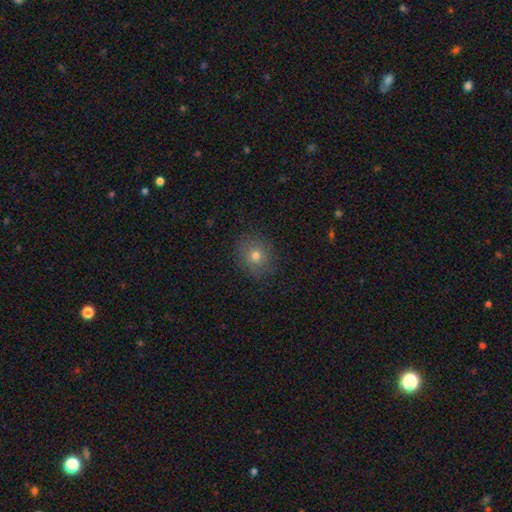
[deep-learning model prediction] Smooth or featured? smooth (71%)
How rounded? round (82%)
Merging? none (85%)